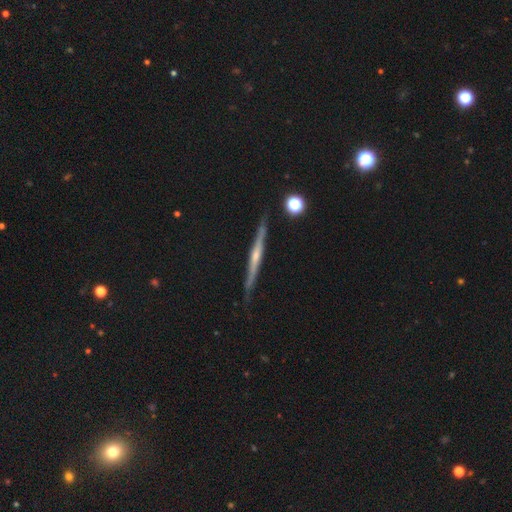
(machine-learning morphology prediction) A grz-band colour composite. It shows a featured or disk galaxy (74%) viewed edge-on (97%) with a rounded central bulge (55%). Merging: none (86%).